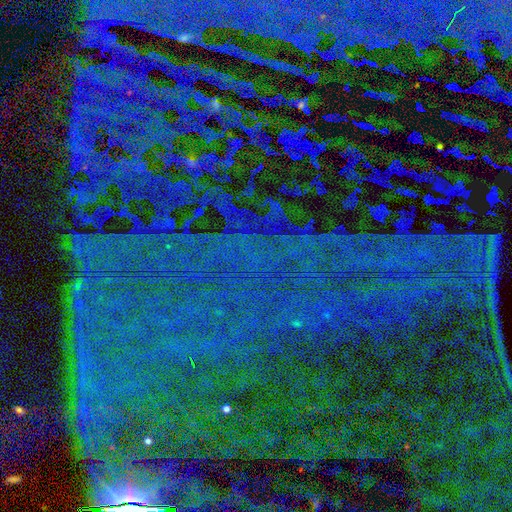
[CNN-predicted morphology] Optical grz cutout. It shows a star or artifact, not a galaxy (87%).